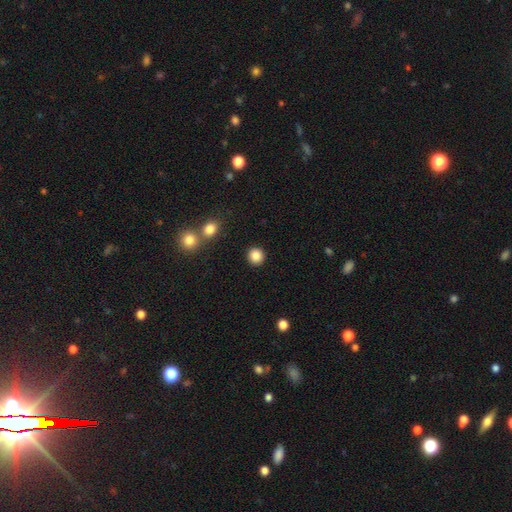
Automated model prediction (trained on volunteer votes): The model was most divided on "smooth or featured": smooth: 86%, star or artifact: 10%, featured or disk: 4%. More confident: how rounded — round (92%); merging — none (91%).